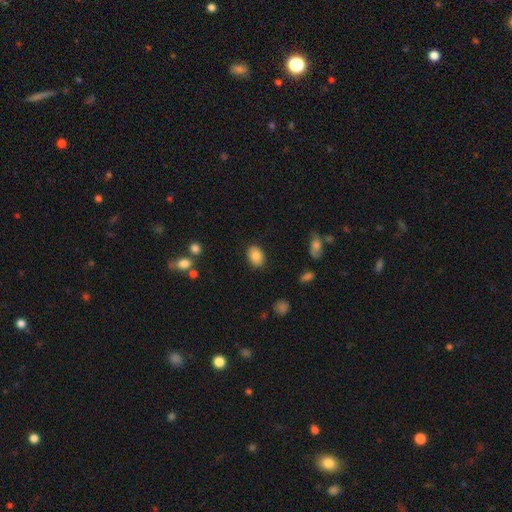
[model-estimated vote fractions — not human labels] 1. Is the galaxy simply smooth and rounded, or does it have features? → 84% smooth, 8% star or artifact, 8% featured or disk.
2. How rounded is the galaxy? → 79% in between, 20% round, 1% cigar-shaped.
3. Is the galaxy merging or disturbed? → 86% none, 10% minor disturbance, 3% major disturbance, 1% merger.